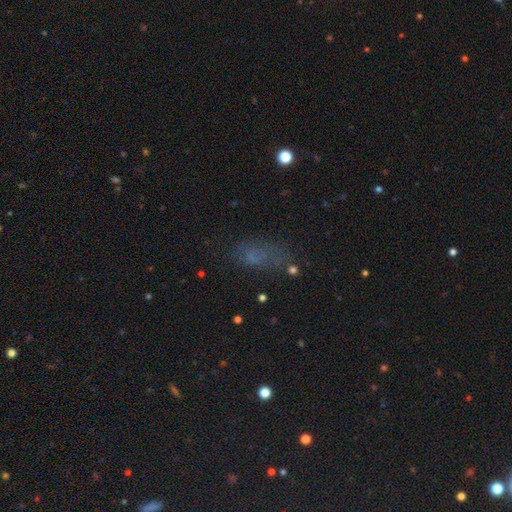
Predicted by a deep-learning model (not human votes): Morphology: type=smooth (57%); roundness=in between (80%); merging=none (51%).